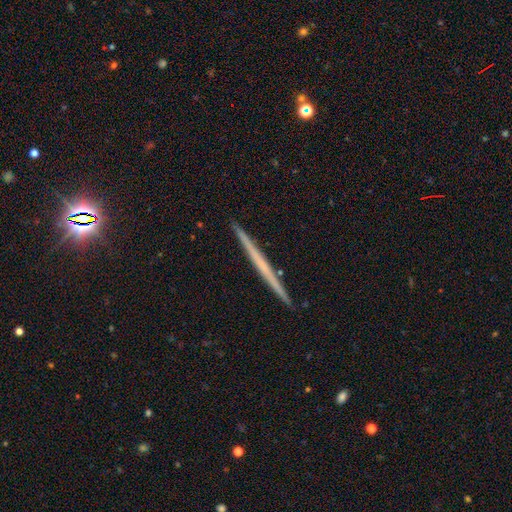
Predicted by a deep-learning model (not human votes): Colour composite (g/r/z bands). It shows a featured or disk galaxy (59%) viewed edge-on (98%) with no central bulge (84%). Merging: none (92%).